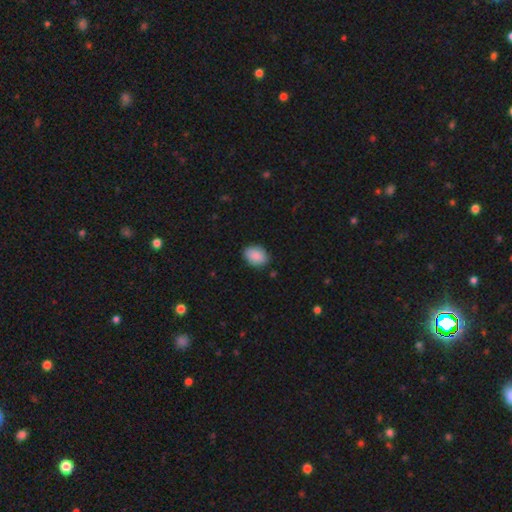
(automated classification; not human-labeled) Q: Smooth or featured?
A: smooth (88%); runner-up: star or artifact (7%)
Q: How rounded?
A: in between (79%); runner-up: round (20%)
Q: Merging?
A: none (84%); runner-up: minor disturbance (13%)